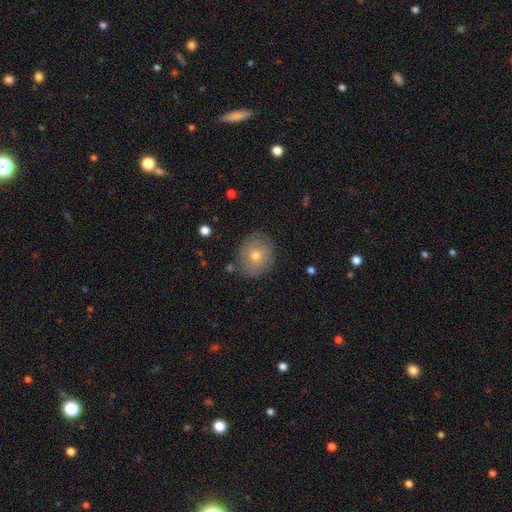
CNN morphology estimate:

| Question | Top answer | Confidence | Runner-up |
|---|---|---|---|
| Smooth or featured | smooth | 63% | featured or disk (27%) |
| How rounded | round | 71% | in between (28%) |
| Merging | none | 82% | minor disturbance (13%) |